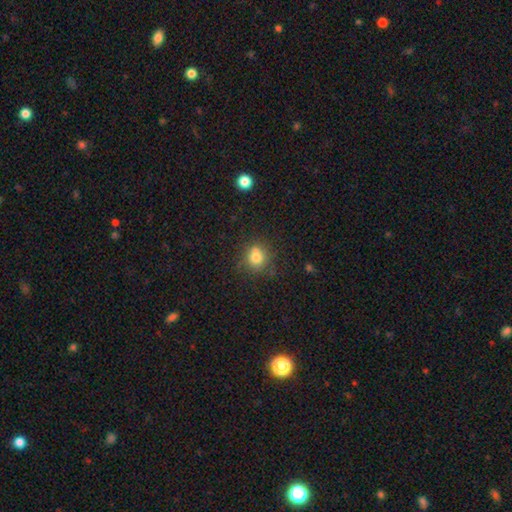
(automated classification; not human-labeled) The model was most divided on "merging": none: 62%, merger: 17%, minor disturbance: 16%, major disturbance: 5%. More confident: how rounded — round (78%); smooth or featured — smooth (76%).